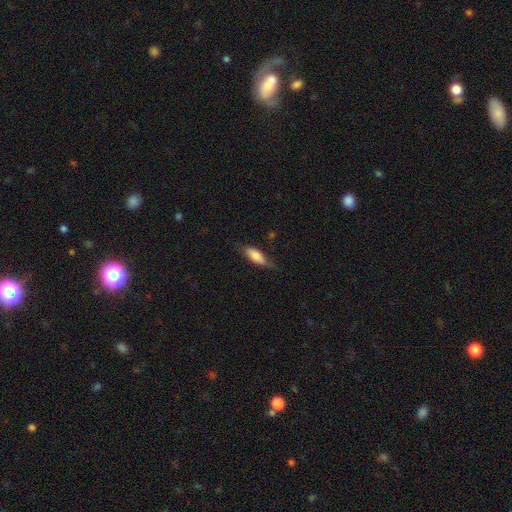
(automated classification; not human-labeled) Q: Smooth or featured?
A: smooth (74%); runner-up: featured or disk (20%)
Q: How rounded?
A: in between (66%); runner-up: cigar-shaped (32%)
Q: Merging?
A: none (70%); runner-up: minor disturbance (23%)